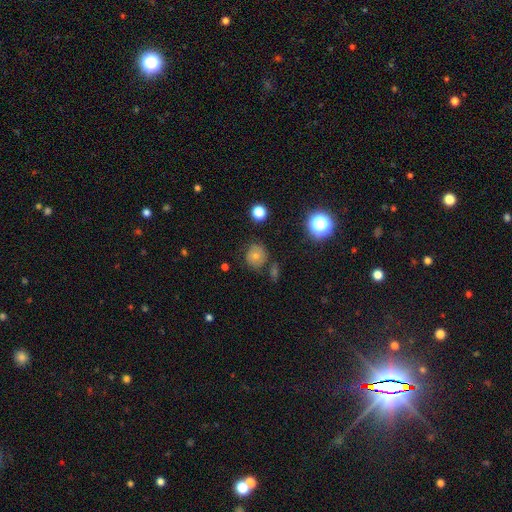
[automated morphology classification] A smooth galaxy with no disk features (65%) that is round (85%). Merging: none (73%).